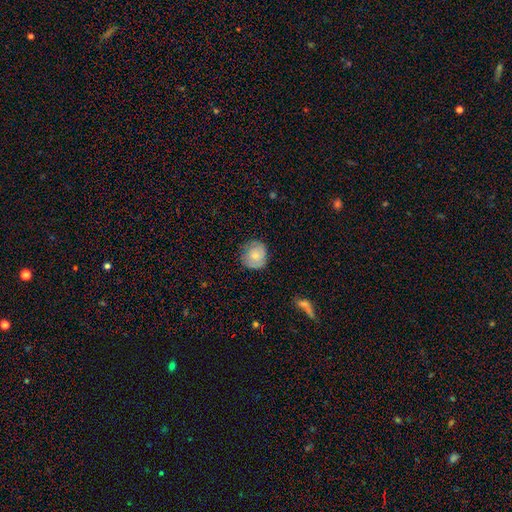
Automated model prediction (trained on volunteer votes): smooth_or_featured: smooth (p=0.71) [alt: featured or disk p=0.21]
how_rounded: round (p=0.86) [alt: in between p=0.13]
merging: none (p=0.76) [alt: minor disturbance p=0.19]